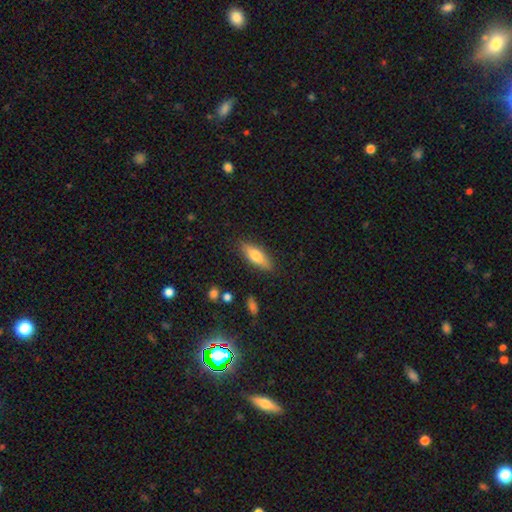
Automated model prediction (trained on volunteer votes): A smooth galaxy with no disk features (69%) that is in between round and cigar-shaped (55%).

Vote fractions:
- Smooth or featured? smooth: 69% / featured or disk: 25% / star or artifact: 6%
- How rounded? in between: 55% / cigar-shaped: 43% / round: 2%
- Merging? none: 86% / minor disturbance: 10% / major disturbance: 2% / merger: 2%